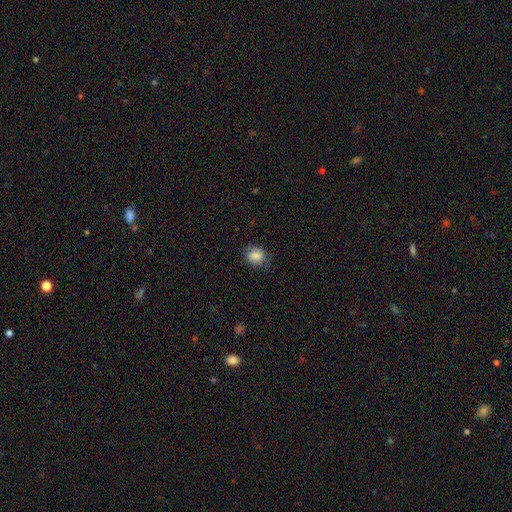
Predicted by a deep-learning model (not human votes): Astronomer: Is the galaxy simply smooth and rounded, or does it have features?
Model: smooth — 83%.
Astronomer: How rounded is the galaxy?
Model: round — 66%.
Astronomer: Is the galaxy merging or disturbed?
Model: none — 72%.